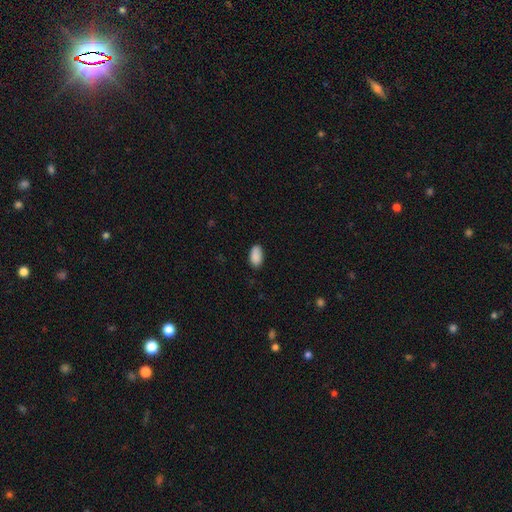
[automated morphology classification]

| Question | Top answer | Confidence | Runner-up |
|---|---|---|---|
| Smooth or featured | smooth | 89% | star or artifact (7%) |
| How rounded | in between | 94% | round (4%) |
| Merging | none | 82% | minor disturbance (14%) |